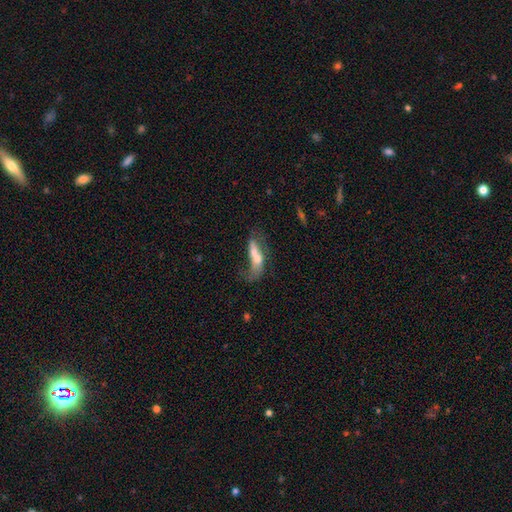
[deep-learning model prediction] Smooth or featured? Predicted: smooth (p=0.50). How rounded? Predicted: in between (p=0.54). Merging? Predicted: merger (p=0.46).